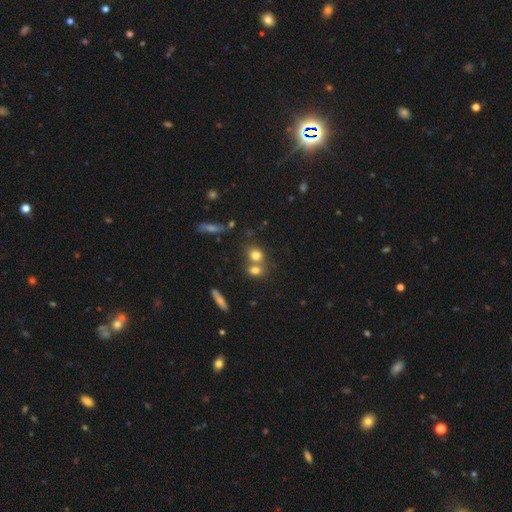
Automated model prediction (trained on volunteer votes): Smooth or featured: smooth — 74% (star or artifact — 13%)
How rounded: round — 60% (in between — 37%)
Merging: merger — 45% (none — 43%)